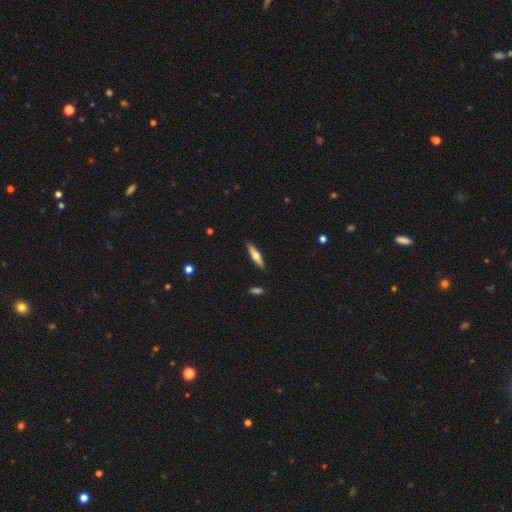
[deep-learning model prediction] Q: Smooth or featured?
A: smooth (48%); runner-up: featured or disk (46%)
Q: Merging?
A: none (89%); runner-up: minor disturbance (8%)